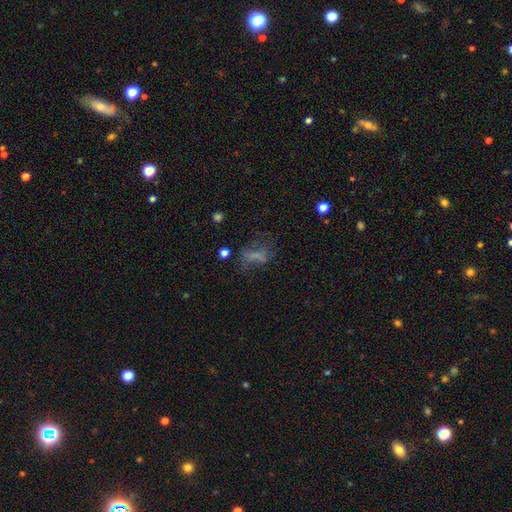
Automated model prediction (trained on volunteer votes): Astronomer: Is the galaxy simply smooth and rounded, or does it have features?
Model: smooth — 44% (runner-up: featured or disk, 32%).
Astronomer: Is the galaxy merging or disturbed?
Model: none — 39% (runner-up: major disturbance, 35%).